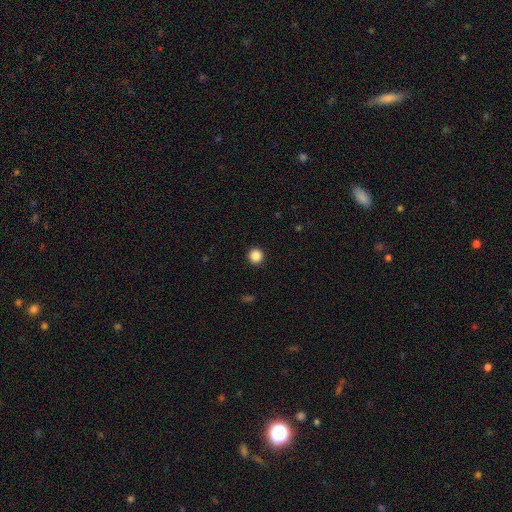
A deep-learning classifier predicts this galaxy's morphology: This appears to be a smooth galaxy with no disk features (87%) that is round (95%). Merging: none (93%).